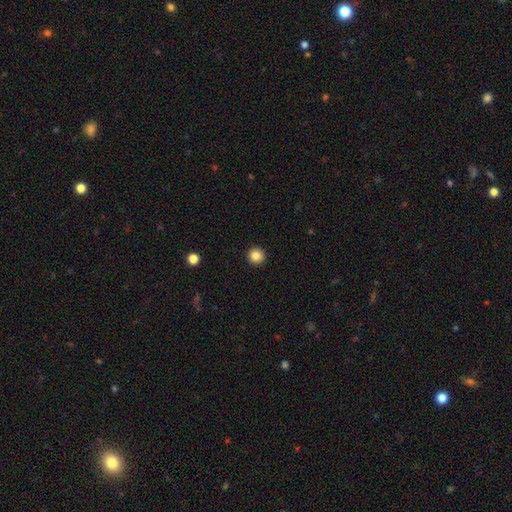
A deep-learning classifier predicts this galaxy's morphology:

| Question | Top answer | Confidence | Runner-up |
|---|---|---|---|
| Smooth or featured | smooth | 85% | star or artifact (10%) |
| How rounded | round | 95% | in between (4%) |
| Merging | none | 93% | minor disturbance (4%) |